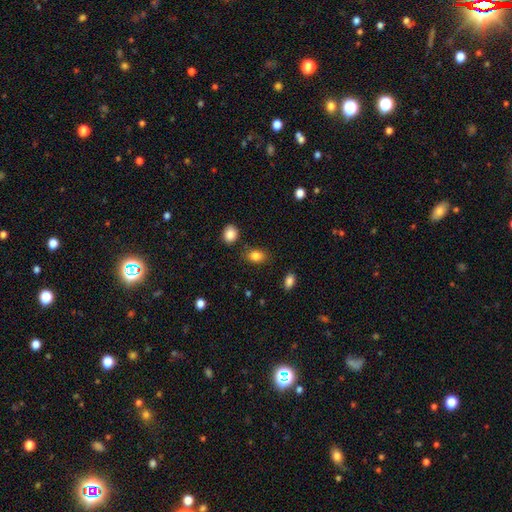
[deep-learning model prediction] smooth_or_featured: smooth (p=0.85) [alt: star or artifact p=0.09]
how_rounded: in between (p=0.76) [alt: round p=0.22]
merging: none (p=0.80) [alt: minor disturbance p=0.12]